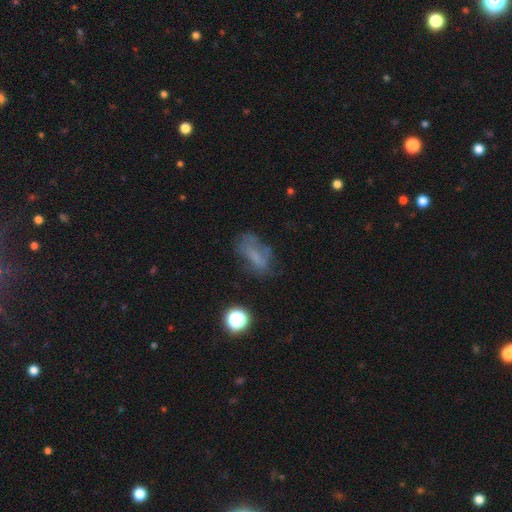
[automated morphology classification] Smooth or featured?
  - smooth: 50% *
  - featured or disk: 29%
  - star or artifact: 21%
How rounded?
  - in between: 79% *
  - round: 11%
  - cigar-shaped: 11%
Merging?
  - none: 47% *
  - minor disturbance: 25%
  - major disturbance: 24%
  - merger: 5%